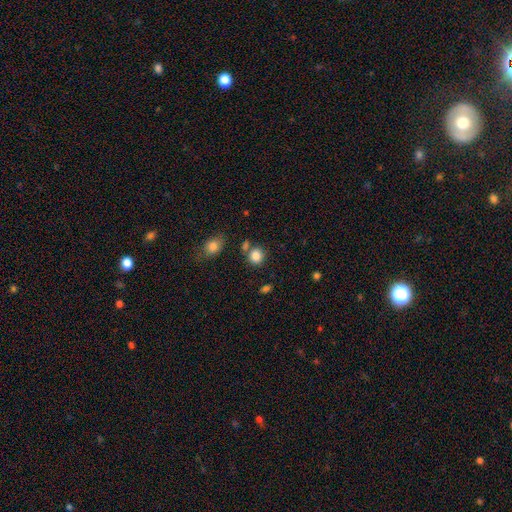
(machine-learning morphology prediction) A smooth galaxy with no disk features (85%) that is round (79%). Merging: none (71%).